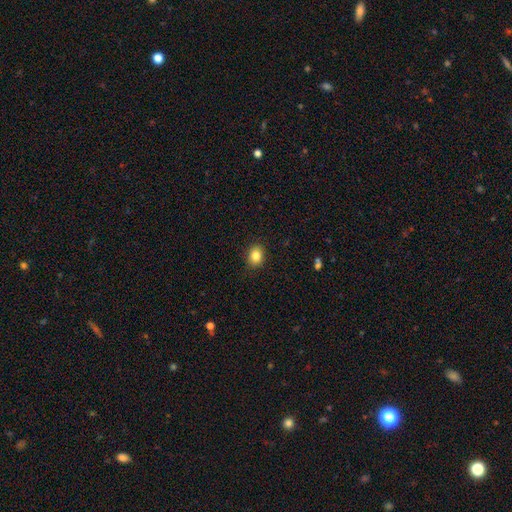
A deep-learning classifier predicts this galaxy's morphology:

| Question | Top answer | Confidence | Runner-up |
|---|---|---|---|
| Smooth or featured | smooth | 84% | star or artifact (10%) |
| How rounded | round | 50% | in between (49%) |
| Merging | none | 89% | minor disturbance (8%) |